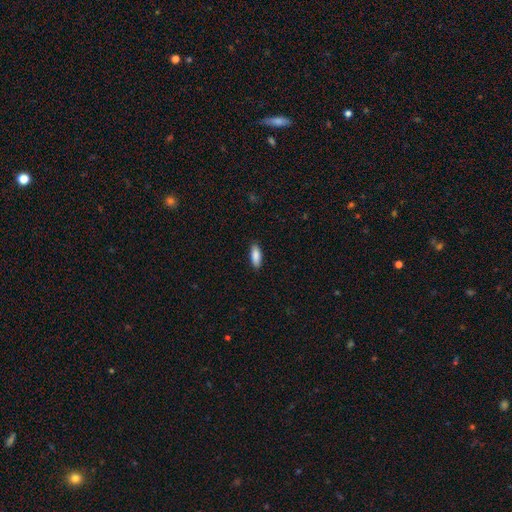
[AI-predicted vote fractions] Overall: smooth (88%). How rounded: in between (72%). Merging: none (89%).